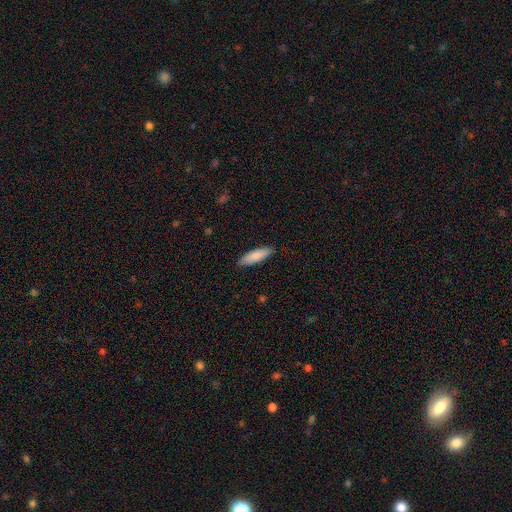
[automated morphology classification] This appears to be a smooth galaxy with no disk features (85%) that is cigar-shaped (60%). Merging: none (87%).